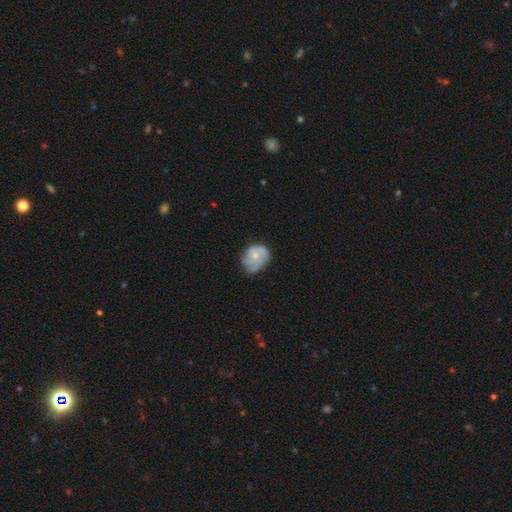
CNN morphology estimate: Q: Smooth or featured?
A: smooth (50%); runner-up: featured or disk (43%)
Q: How rounded?
A: round (51%); runner-up: in between (48%)
Q: Merging?
A: none (49%); runner-up: minor disturbance (36%)